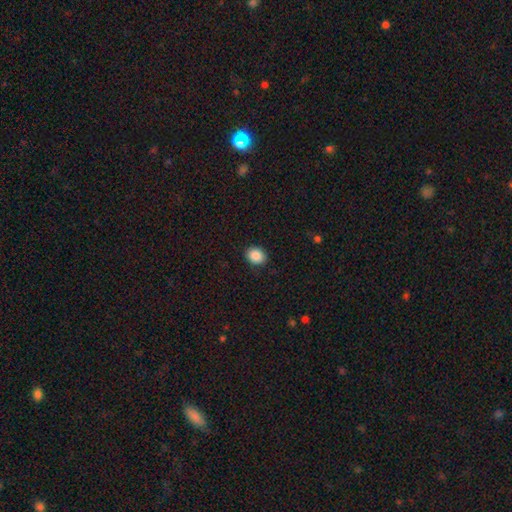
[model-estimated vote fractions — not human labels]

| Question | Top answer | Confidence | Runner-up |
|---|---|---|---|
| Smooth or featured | smooth | 88% | star or artifact (8%) |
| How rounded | round | 57% | in between (42%) |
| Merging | none | 89% | minor disturbance (8%) |